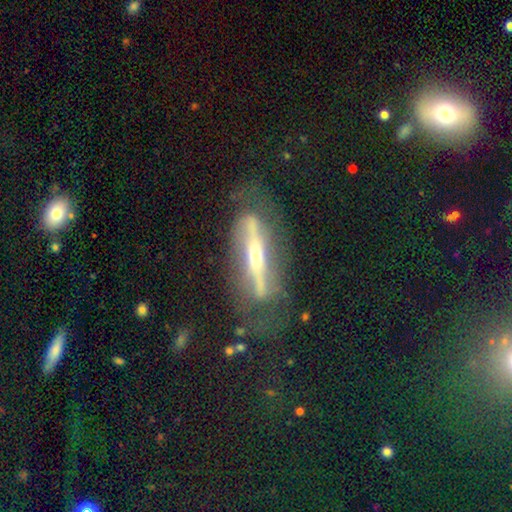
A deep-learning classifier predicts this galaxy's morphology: Smooth or featured? featured or disk (80%)
Edge-on disk? no (51%)
Merging? none (62%)